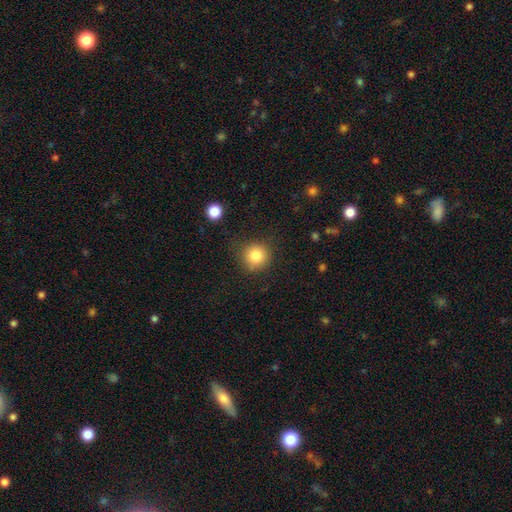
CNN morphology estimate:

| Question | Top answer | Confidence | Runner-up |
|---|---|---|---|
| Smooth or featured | smooth | 82% | star or artifact (11%) |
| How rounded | round | 92% | in between (7%) |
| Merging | none | 83% | minor disturbance (11%) |